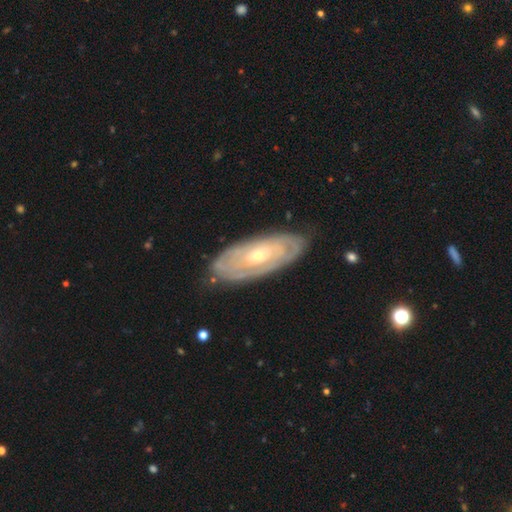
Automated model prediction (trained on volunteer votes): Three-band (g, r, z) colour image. It shows a featured or disk galaxy (77%) with no bar (66%), tight (80%) spiral arms (79%) and a small central bulge (53%). Merging: none (81%).